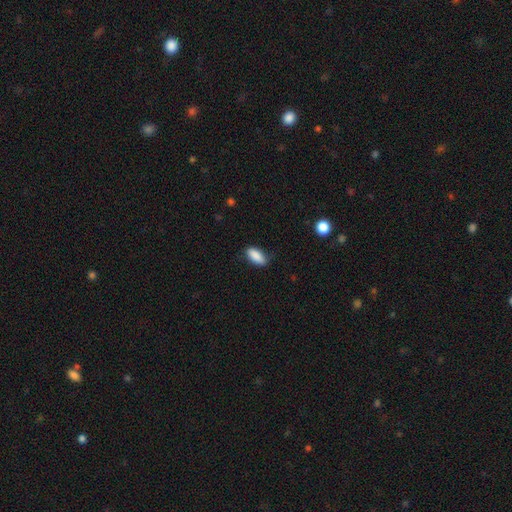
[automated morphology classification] type=smooth (88%); roundness=in between (86%); merging=none (77%).